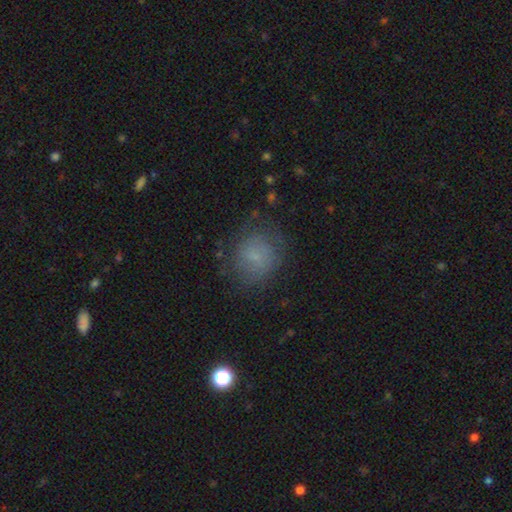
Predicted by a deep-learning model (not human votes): Overall: smooth (64%). How rounded: round (78%). Merging: none (73%).